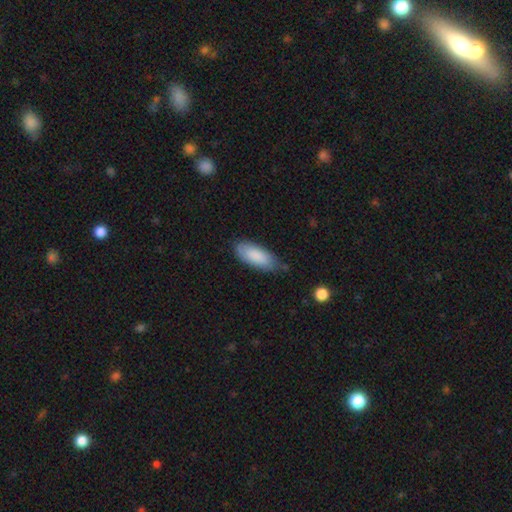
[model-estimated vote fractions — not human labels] smooth_or_featured: smooth (p=0.86) [alt: featured or disk p=0.08]
how_rounded: in between (p=0.82) [alt: cigar-shaped p=0.17]
merging: none (p=0.70) [alt: minor disturbance p=0.24]